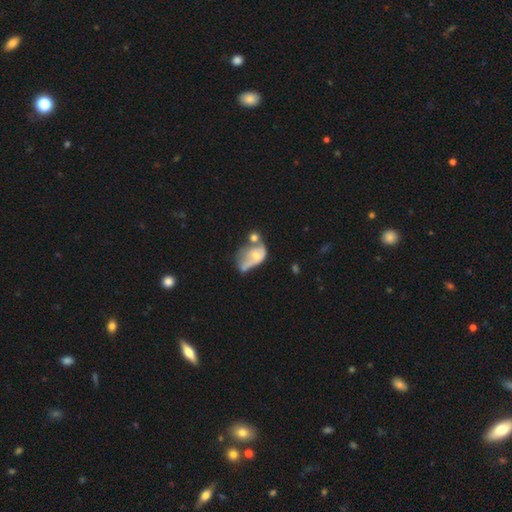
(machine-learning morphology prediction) Overall: featured or disk (47%; smooth 44%). Merging: merger (40%; major disturbance 29%).